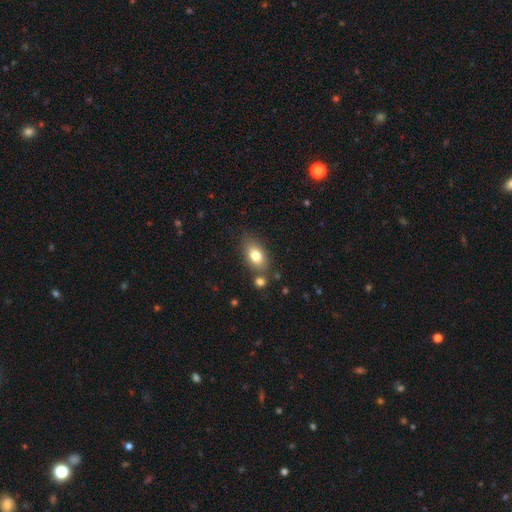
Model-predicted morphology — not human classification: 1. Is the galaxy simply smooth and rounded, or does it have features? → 78% smooth, 14% featured or disk, 8% star or artifact.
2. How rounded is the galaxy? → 87% in between, 9% round, 4% cigar-shaped.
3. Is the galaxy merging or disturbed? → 69% none, 15% minor disturbance, 11% merger, 4% major disturbance.